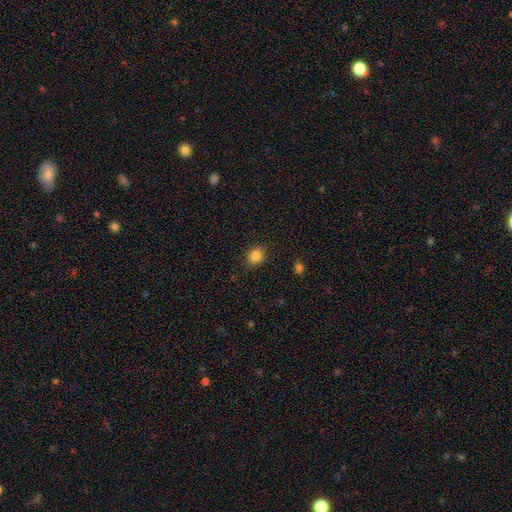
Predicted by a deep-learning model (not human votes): This appears to be a smooth galaxy with no disk features (85%) that is round (60%). Merging: none (85%).